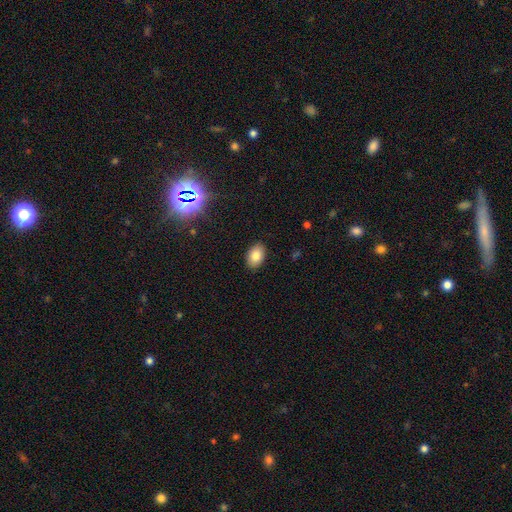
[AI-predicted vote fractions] Smooth or featured? Predicted: smooth (p=0.82). How rounded? Predicted: in between (p=0.88). Merging? Predicted: none (p=0.89).